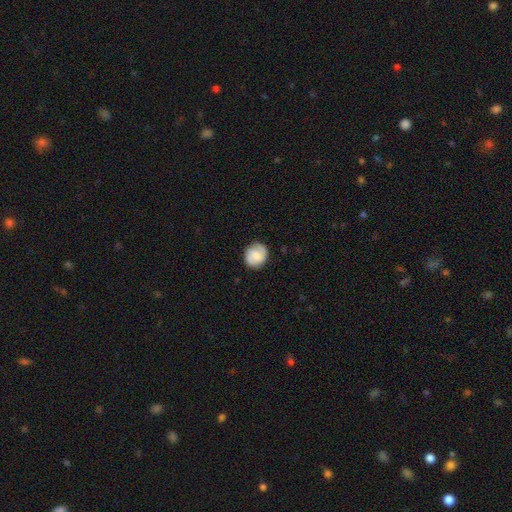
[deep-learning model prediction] A smooth galaxy with no disk features (47%). Merging: none (82%).